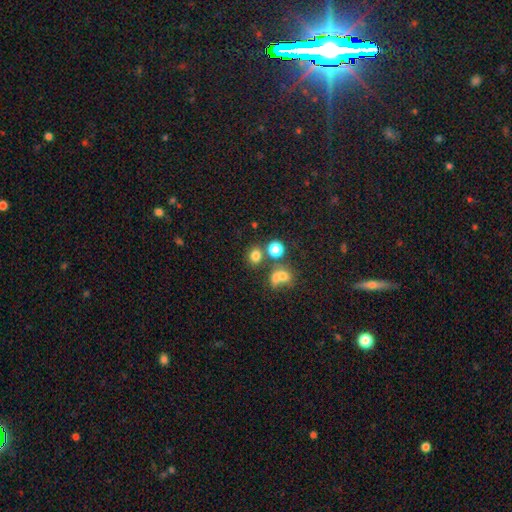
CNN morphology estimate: A smooth galaxy with no disk features (75%) that is round (77%). Merging: none (68%).